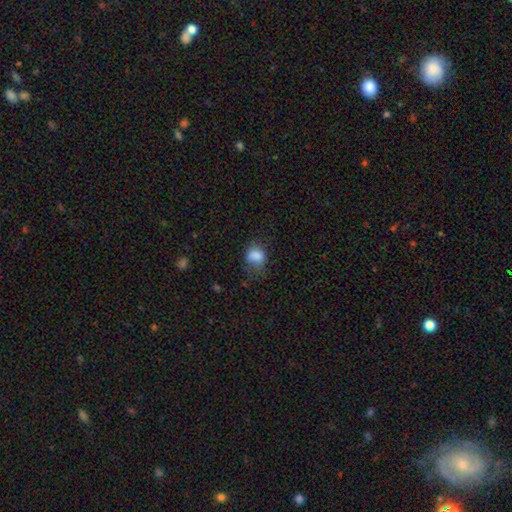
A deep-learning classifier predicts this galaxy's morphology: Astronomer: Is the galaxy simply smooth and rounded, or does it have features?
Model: smooth — 82%.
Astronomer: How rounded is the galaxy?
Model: in between — 57% (runner-up: round, 42%).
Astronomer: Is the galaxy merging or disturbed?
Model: none — 53% (runner-up: minor disturbance, 29%).